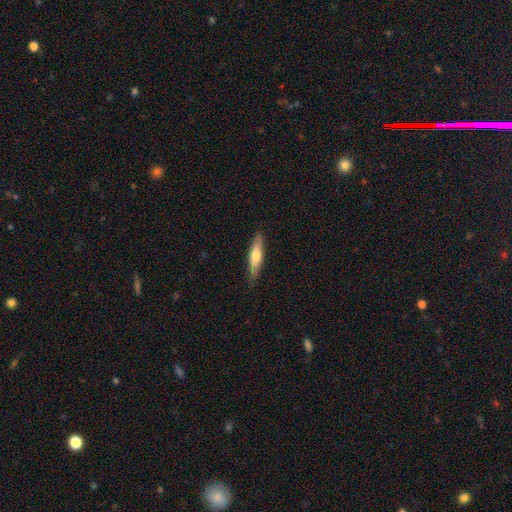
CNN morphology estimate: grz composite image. It shows a smooth galaxy with no disk features (59%) that is cigar-shaped (79%). Merging: none (85%).